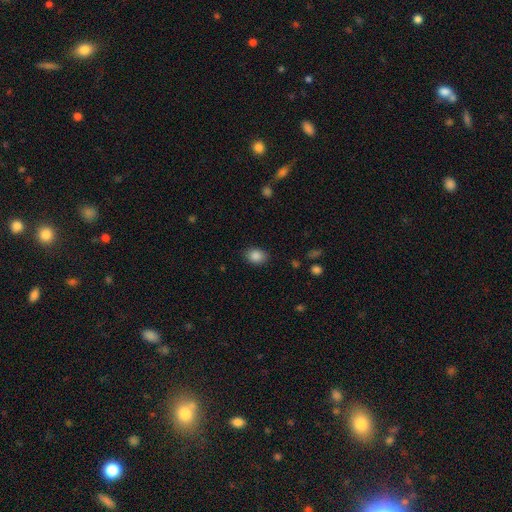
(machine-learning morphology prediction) Smooth or featured?
  - smooth: 87% *
  - star or artifact: 9%
  - featured or disk: 4%
How rounded?
  - in between: 63% *
  - round: 36%
  - cigar-shaped: 1%
Merging?
  - none: 86% *
  - minor disturbance: 10%
  - major disturbance: 3%
  - merger: 1%